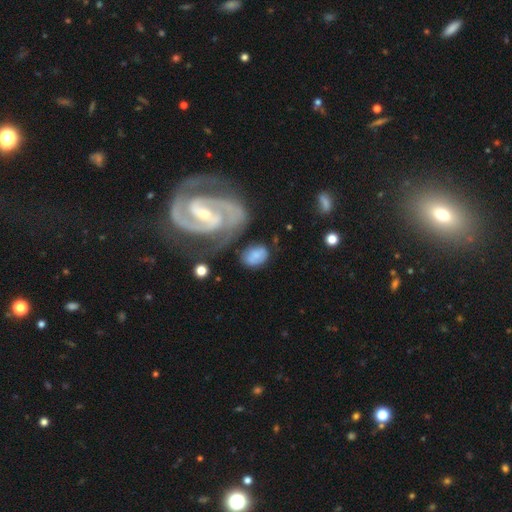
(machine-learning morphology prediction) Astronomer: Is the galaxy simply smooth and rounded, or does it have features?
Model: smooth — 60%.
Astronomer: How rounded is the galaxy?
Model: in between — 80%.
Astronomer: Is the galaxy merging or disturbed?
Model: none — 58%.